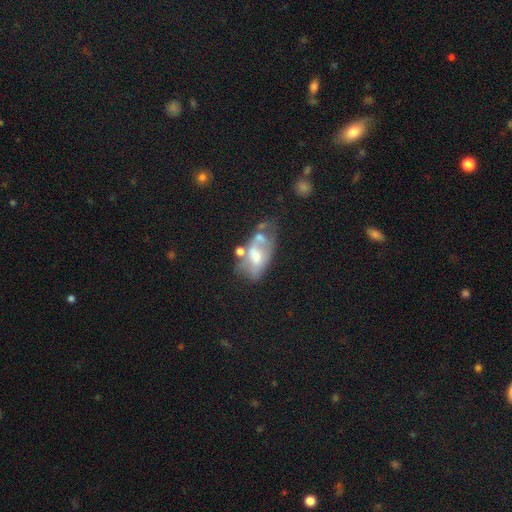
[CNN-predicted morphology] type=featured or disk (55%); edge-on=no (94%); bar=no (65%); spiral arms=no (75%); bulge=moderate (42%); merging=merger (31%).